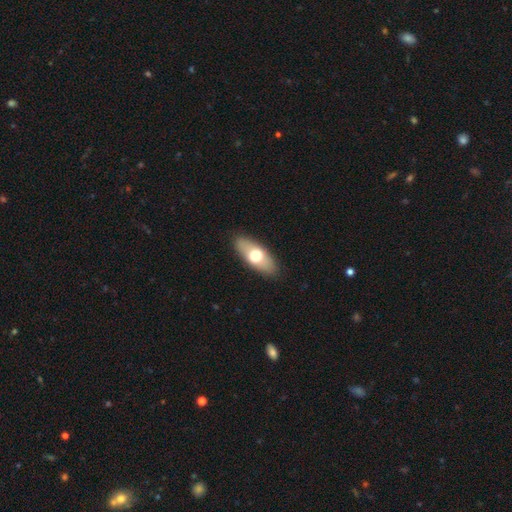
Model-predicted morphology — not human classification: Smooth or featured? Predicted: smooth (p=0.62). How rounded? Predicted: in between (p=0.79). Merging? Predicted: none (p=0.88).